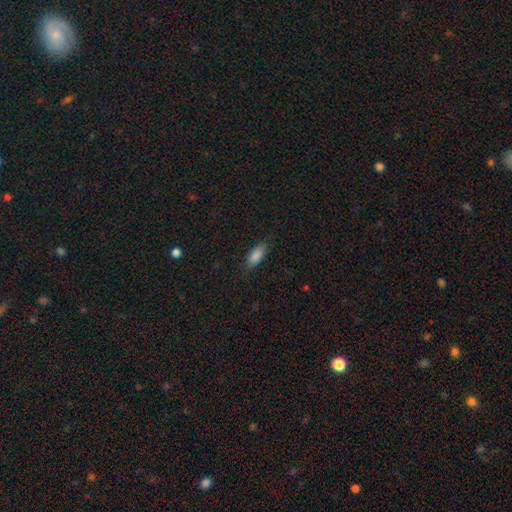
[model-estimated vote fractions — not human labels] Q: Smooth or featured?
A: smooth (86%); runner-up: star or artifact (7%)
Q: How rounded?
A: in between (82%); runner-up: cigar-shaped (16%)
Q: Merging?
A: none (80%); runner-up: minor disturbance (15%)